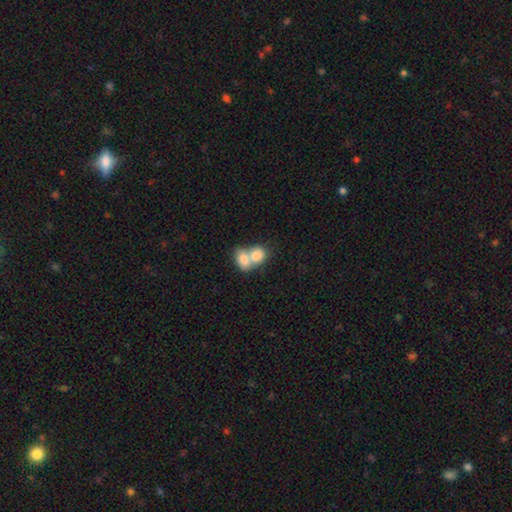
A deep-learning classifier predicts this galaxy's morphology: smooth 79%, featured or disk 14%, star or artifact 7%. Down the decision tree: how rounded — in between (61%); merging — merger (75%).